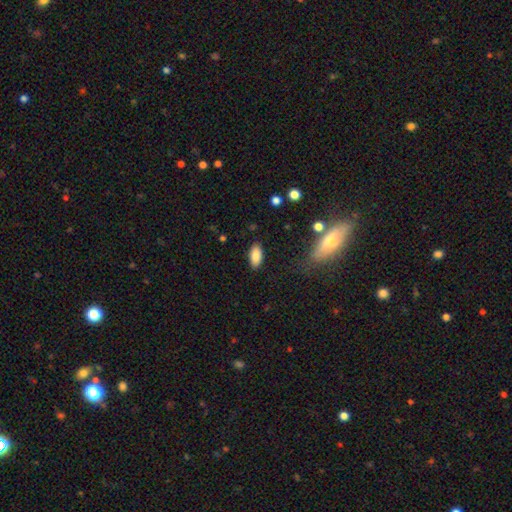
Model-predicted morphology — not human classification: smooth_or_featured: smooth (p=0.86) [alt: star or artifact p=0.08]
how_rounded: in between (p=0.92) [alt: cigar-shaped p=0.05]
merging: none (p=0.86) [alt: minor disturbance p=0.10]